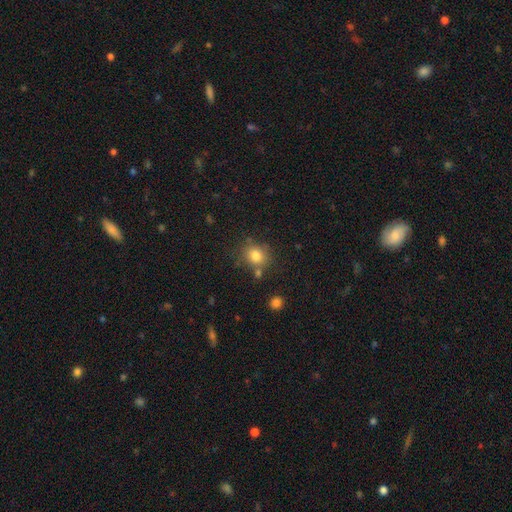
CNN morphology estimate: Overall: smooth (80%). How rounded: round (76%). Merging: none (71%).